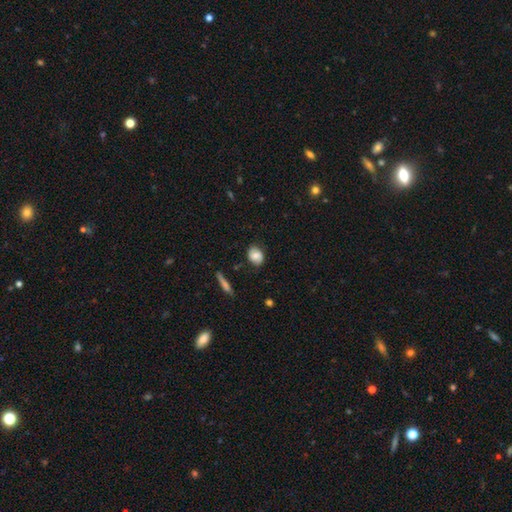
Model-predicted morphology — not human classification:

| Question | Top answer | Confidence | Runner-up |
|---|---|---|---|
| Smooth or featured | smooth | 73% | featured or disk (19%) |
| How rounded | in between | 56% | round (42%) |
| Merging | none | 77% | minor disturbance (17%) |